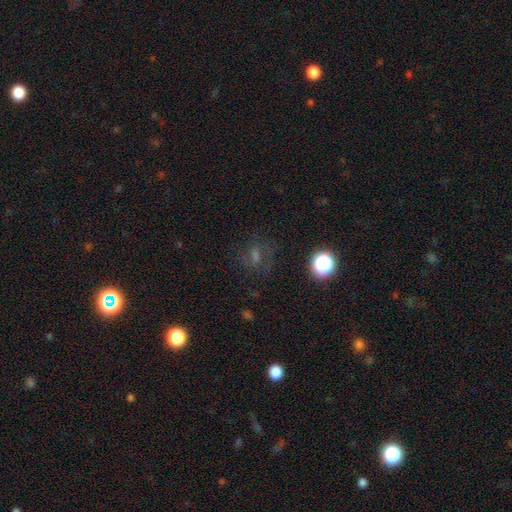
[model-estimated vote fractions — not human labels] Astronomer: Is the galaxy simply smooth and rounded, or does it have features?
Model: smooth — 41% (runner-up: star or artifact, 32%).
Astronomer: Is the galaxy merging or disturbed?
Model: none — 65%.